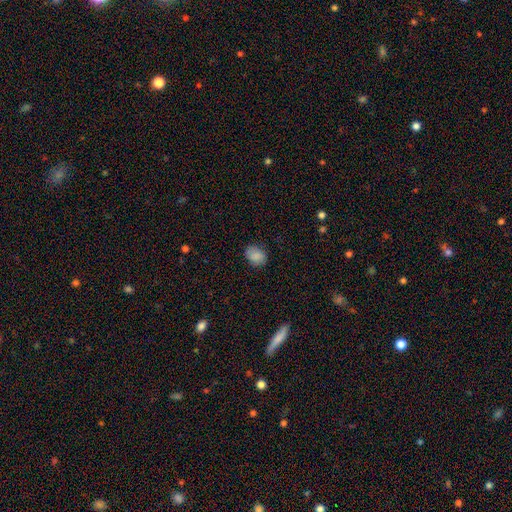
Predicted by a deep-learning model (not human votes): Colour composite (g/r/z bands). It shows a smooth galaxy with no disk features (86%) that is in between round and cigar-shaped (50%). Merging: none (81%).